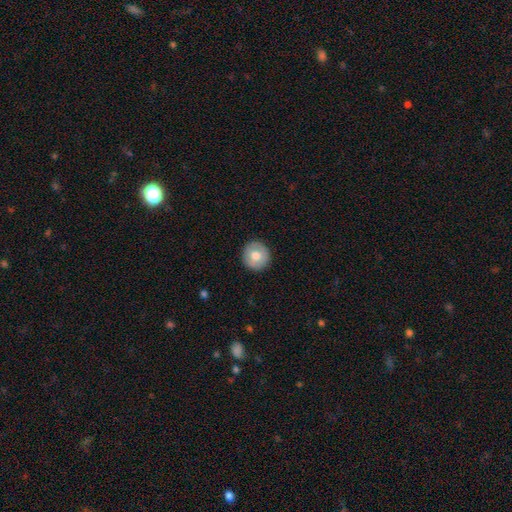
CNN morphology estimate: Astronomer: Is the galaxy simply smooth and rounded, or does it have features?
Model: smooth — 75%.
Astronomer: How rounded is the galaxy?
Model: round — 95%.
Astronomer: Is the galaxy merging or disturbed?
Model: none — 92%.